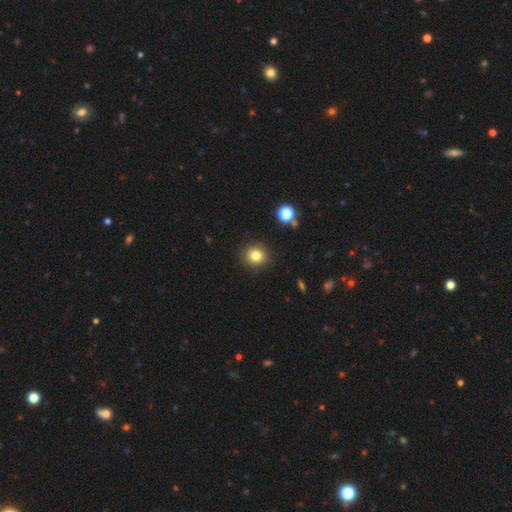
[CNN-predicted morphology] Smooth or featured? smooth (82%)
How rounded? round (88%)
Merging? none (90%)